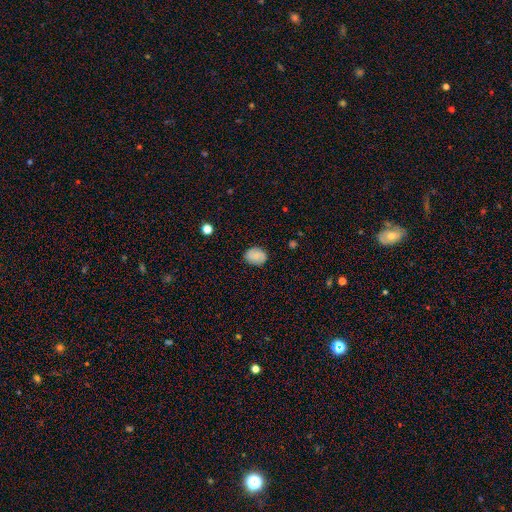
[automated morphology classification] A smooth galaxy with no disk features (78%) that is in between round and cigar-shaped (59%).

Vote fractions:
- Smooth or featured? smooth: 78% / featured or disk: 13% / star or artifact: 8%
- How rounded? in between: 59% / round: 40% / cigar-shaped: 1%
- Merging? none: 84% / minor disturbance: 12% / major disturbance: 3% / merger: 1%